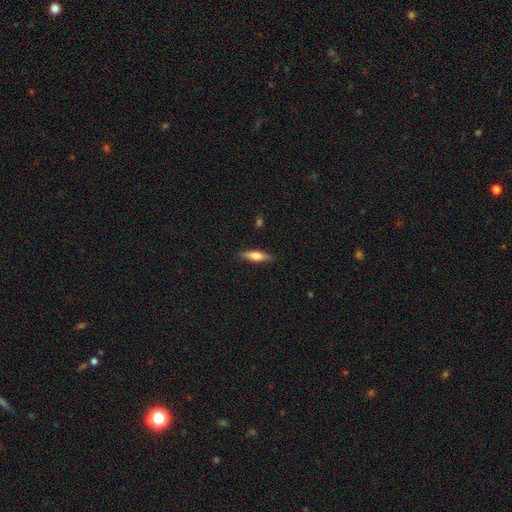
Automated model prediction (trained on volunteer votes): A smooth galaxy with no disk features (62%) that is cigar-shaped (61%). Merging: none (86%).